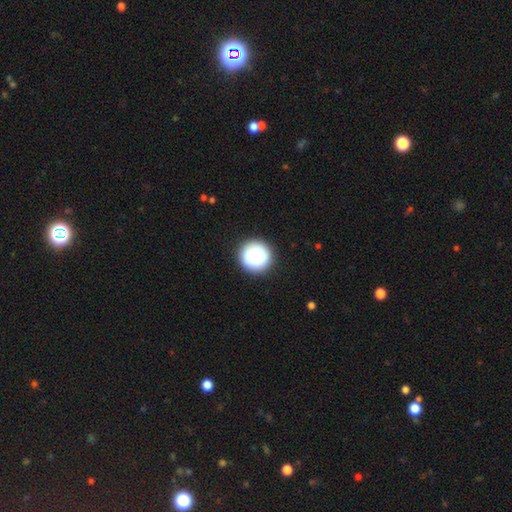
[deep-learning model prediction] This appears to be a smooth galaxy with no disk features (83%) that is round (96%). Merging: none (92%).